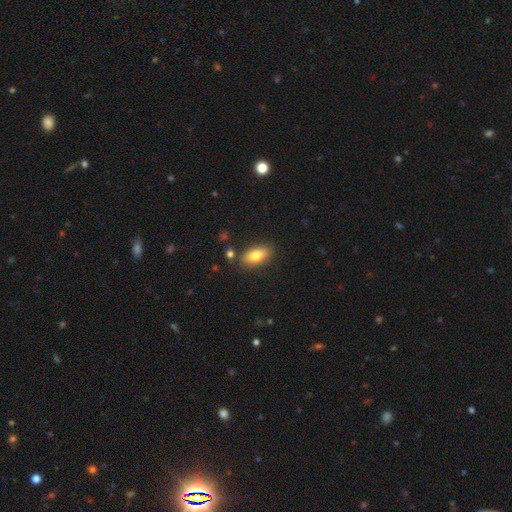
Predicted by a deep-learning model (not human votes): Overall: smooth (78%). How rounded: in between (88%). Merging: none (83%).